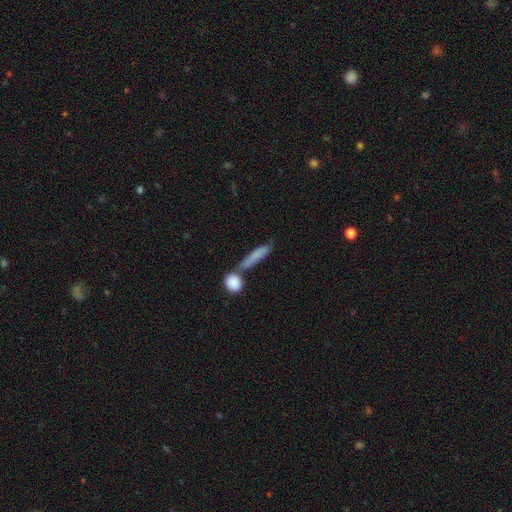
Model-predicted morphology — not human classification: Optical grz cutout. It shows a smooth galaxy with no disk features (74%) that is cigar-shaped (72%). Merging: none (50%).